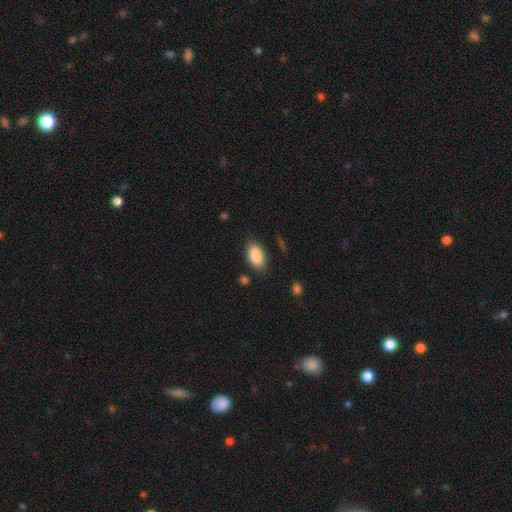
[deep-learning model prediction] A smooth galaxy with no disk features (88%) that is in between round and cigar-shaped (93%). Merging: none (82%).